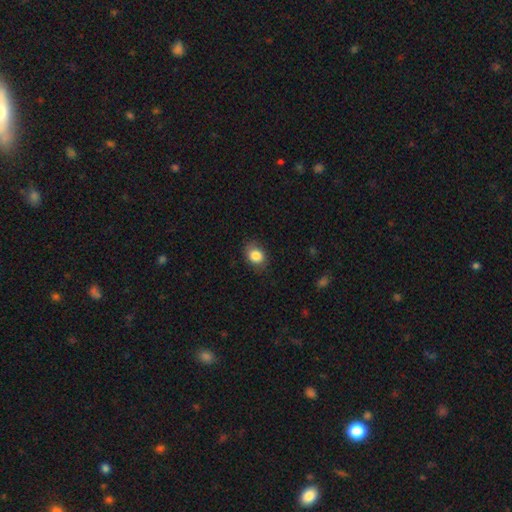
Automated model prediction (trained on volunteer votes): smooth 85%, star or artifact 9%, featured or disk 6%. Down the decision tree: how rounded — in between (58%); merging — none (79%).